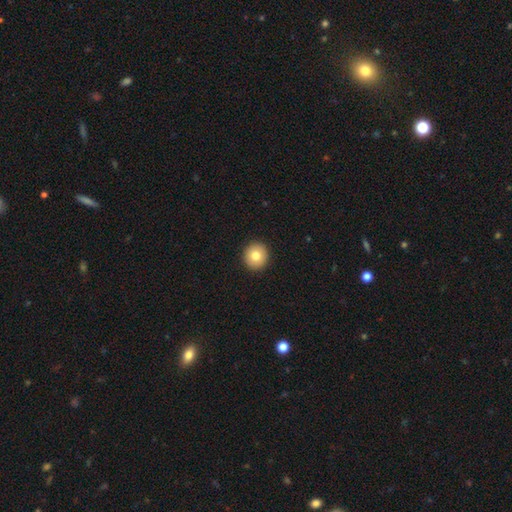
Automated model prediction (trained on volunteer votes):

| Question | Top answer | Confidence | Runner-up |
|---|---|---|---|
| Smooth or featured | smooth | 79% | featured or disk (11%) |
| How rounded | round | 91% | in between (8%) |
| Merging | none | 93% | minor disturbance (5%) |